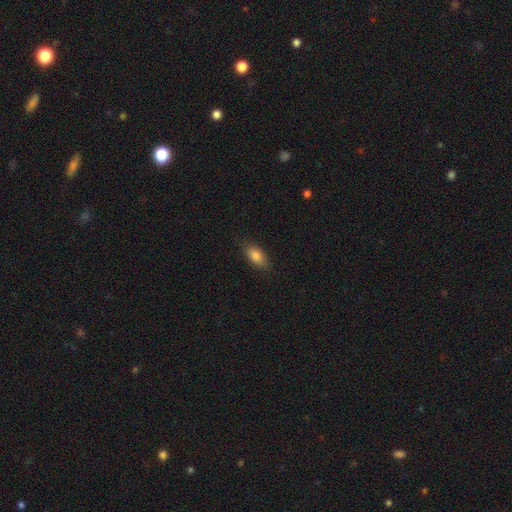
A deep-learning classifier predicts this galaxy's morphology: Smooth or featured? Predicted: smooth (p=0.83). How rounded? Predicted: in between (p=0.88). Merging? Predicted: none (p=0.83).